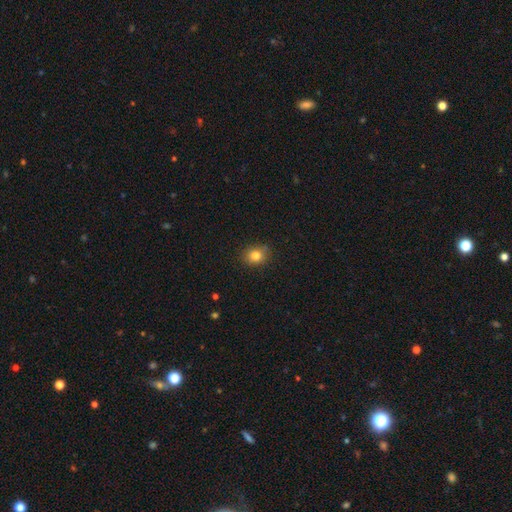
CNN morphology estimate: Smooth or featured? Predicted: smooth (p=0.82). How rounded? Predicted: round (p=0.61). Merging? Predicted: none (p=0.85).